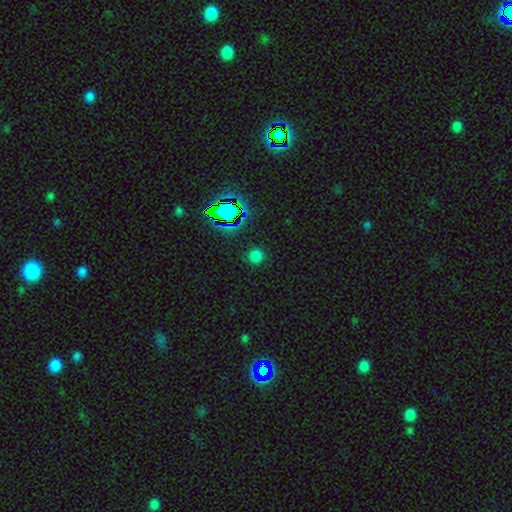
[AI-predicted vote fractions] The model was most divided on "smooth or featured": smooth: 68%, star or artifact: 26%, featured or disk: 6%. More confident: how rounded — round (92%); merging — none (87%).